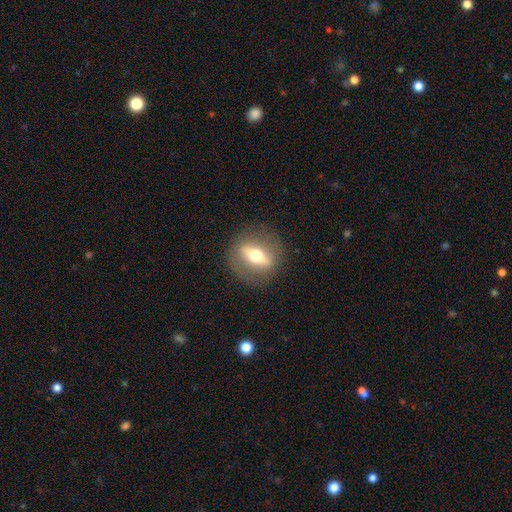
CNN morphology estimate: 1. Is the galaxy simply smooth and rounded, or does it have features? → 63% featured or disk, 30% smooth, 7% star or artifact.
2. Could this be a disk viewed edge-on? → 54% yes, 46% no.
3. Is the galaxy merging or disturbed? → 85% none, 9% minor disturbance, 5% major disturbance, 1% merger.